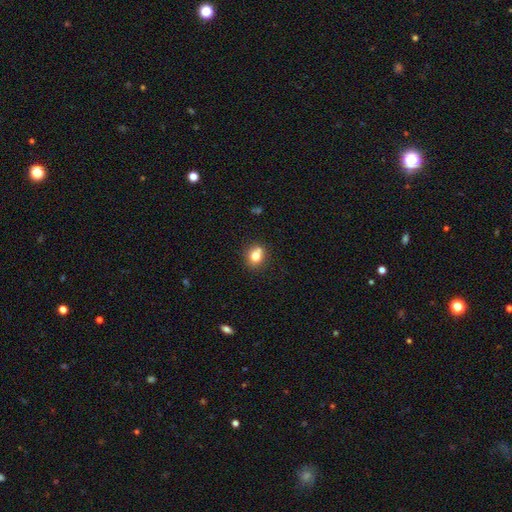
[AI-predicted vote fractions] smooth 78%, star or artifact 11%, featured or disk 11%. Down the decision tree: how rounded — round (68%); merging — none (66%).